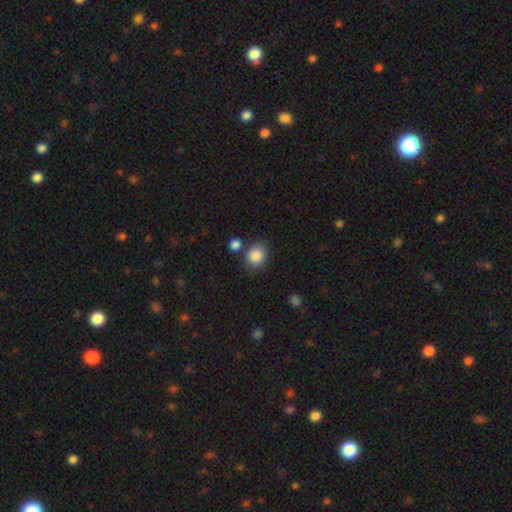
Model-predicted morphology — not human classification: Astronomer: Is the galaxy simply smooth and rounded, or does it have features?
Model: smooth — 87%.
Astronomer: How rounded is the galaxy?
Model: round — 62%.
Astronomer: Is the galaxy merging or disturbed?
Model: none — 72%.